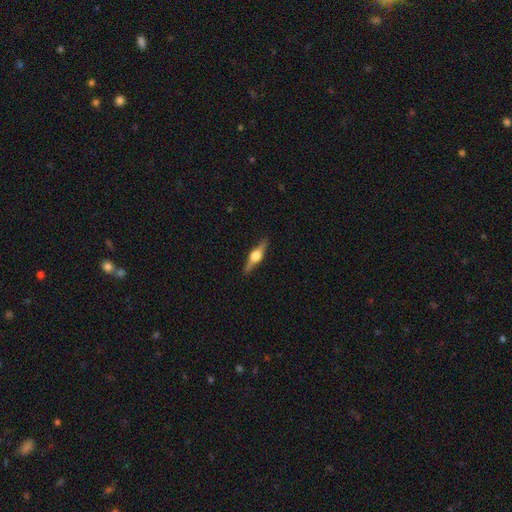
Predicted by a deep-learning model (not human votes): Q: Smooth or featured?
A: featured or disk (77%); runner-up: smooth (17%)
Q: Edge-on disk?
A: yes (98%); runner-up: no (2%)
Q: Edge-on bulge?
A: rounded (95%); runner-up: boxy (4%)
Q: Merging?
A: none (90%); runner-up: minor disturbance (7%)